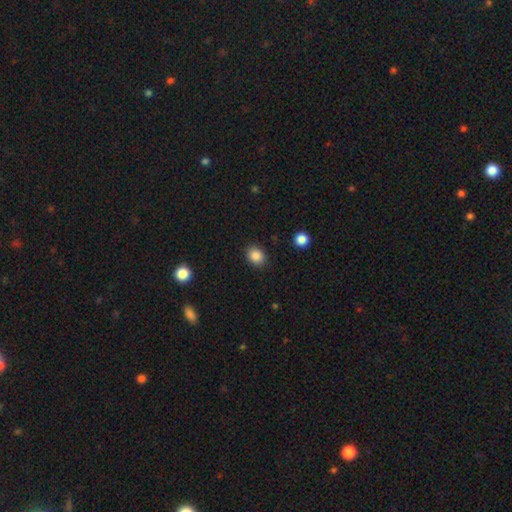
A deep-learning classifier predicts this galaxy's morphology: Smooth or featured? Predicted: smooth (p=0.86). How rounded? Predicted: round (p=0.62). Merging? Predicted: none (p=0.89).